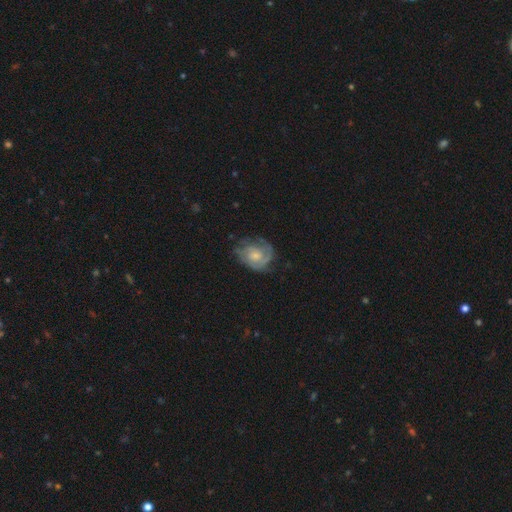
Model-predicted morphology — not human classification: Smooth or featured? featured or disk (73%)
Edge-on disk? no (98%)
Bar? no (70%)
Spiral arms? yes (90%)
Spiral winding? tight (56%)
Spiral arm count? 2 (43%)
Bulge size? moderate (44%)
Merging? none (63%)